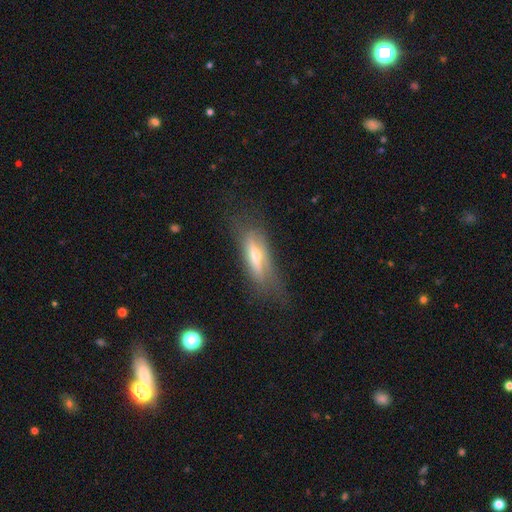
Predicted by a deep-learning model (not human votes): featured or disk 53%, smooth 39%, star or artifact 8%. Down the decision tree: edge-on disk — yes (74%); merging — none (64%).